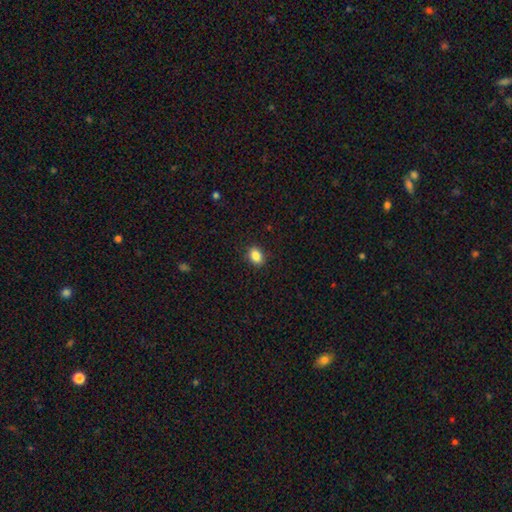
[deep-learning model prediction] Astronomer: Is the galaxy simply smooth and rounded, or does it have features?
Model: smooth — 85%.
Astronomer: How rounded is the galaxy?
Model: in between — 72%.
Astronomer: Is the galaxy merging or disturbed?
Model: none — 87%.